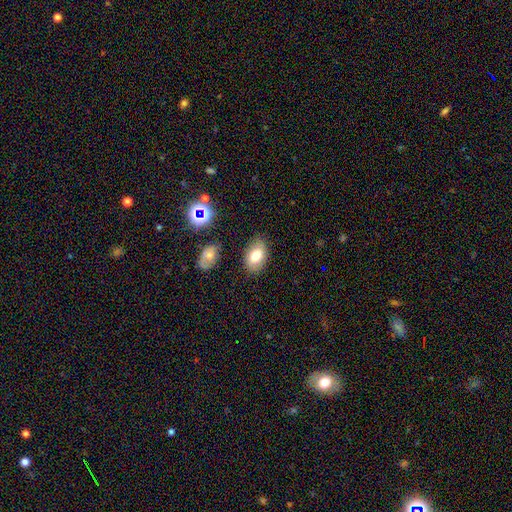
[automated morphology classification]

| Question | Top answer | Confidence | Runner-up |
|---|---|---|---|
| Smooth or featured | smooth | 75% | featured or disk (16%) |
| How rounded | in between | 88% | round (10%) |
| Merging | none | 81% | minor disturbance (13%) |